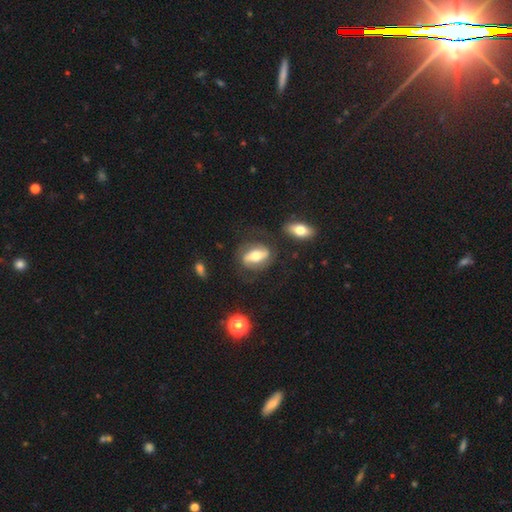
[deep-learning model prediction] smooth-or-featured: featured or disk: 58% | smooth: 35% | star or artifact: 7%
  disk-edge-on: no: 88% | yes: 12%
    bar: strong: 52% | weak: 26% | no: 22%
    has-spiral-arms: yes: 75% | no: 25%
    bulge-size: moderate: 54% | large: 24% | small: 15% | dominant: 4% | none: 2%
  merging: none: 69% | minor disturbance: 17% | major disturbance: 10% | merger: 4%